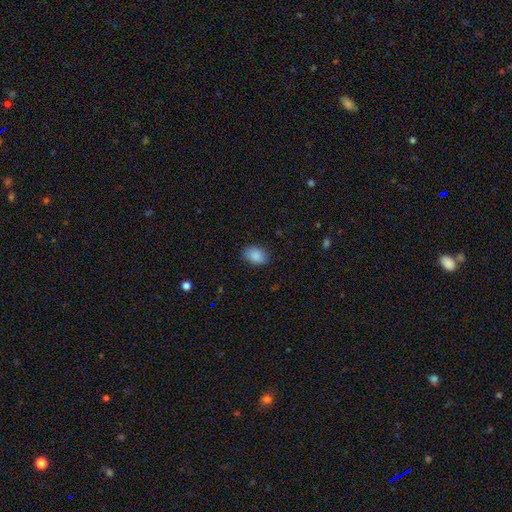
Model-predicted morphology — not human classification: Smooth or featured: smooth — 88% (star or artifact — 8%)
How rounded: in between — 81% (round — 18%)
Merging: none — 84% (minor disturbance — 12%)